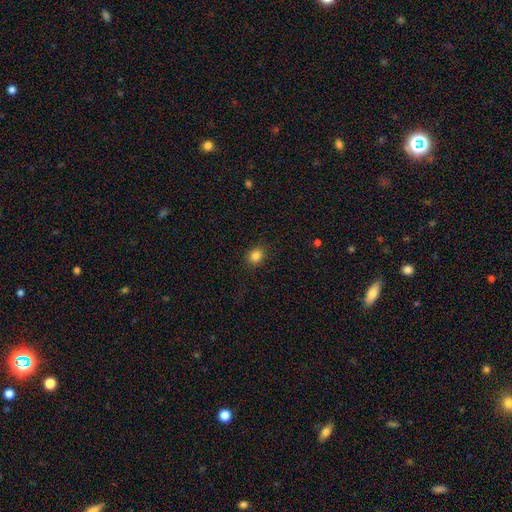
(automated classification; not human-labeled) Smooth or featured? smooth (84%)
How rounded? round (71%)
Merging? none (89%)